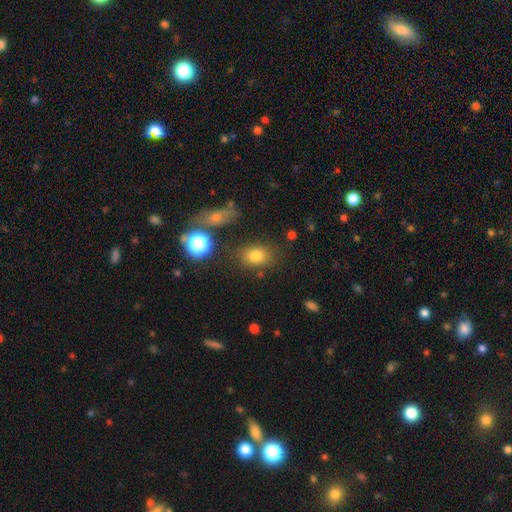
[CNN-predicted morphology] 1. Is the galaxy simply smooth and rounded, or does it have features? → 76% smooth, 15% star or artifact, 9% featured or disk.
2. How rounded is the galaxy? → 68% in between, 30% round, 1% cigar-shaped.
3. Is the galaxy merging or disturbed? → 78% none, 12% minor disturbance, 5% merger, 5% major disturbance.